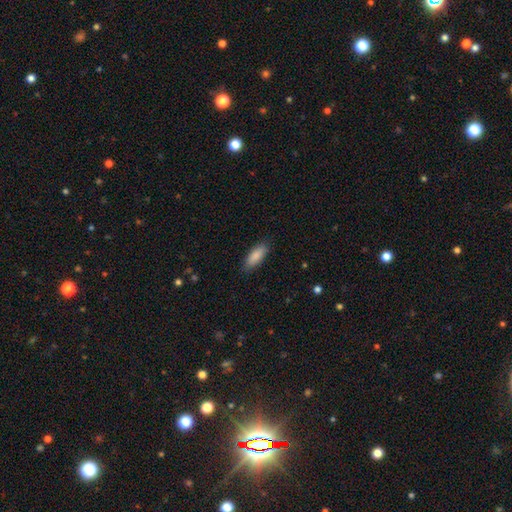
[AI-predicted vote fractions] A smooth galaxy with no disk features (88%) that is in between round and cigar-shaped (70%).

Vote fractions:
- Smooth or featured? smooth: 88% / featured or disk: 6% / star or artifact: 6%
- How rounded? in between: 70% / cigar-shaped: 28% / round: 2%
- Merging? none: 85% / minor disturbance: 11% / major disturbance: 2% / merger: 1%